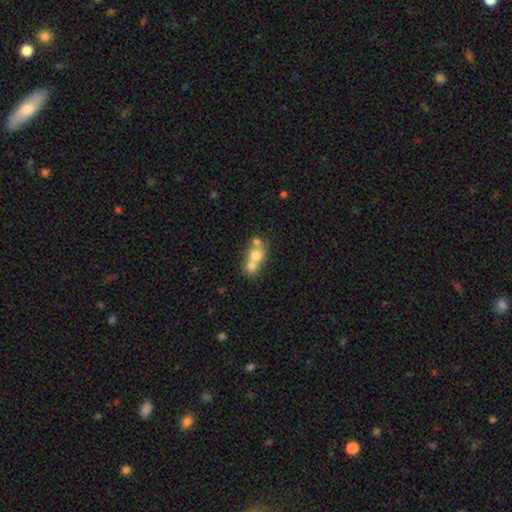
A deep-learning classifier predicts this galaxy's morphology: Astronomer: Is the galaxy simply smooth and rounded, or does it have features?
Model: smooth — 67%.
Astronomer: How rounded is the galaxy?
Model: round — 70%.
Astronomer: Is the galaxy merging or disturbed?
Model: merger — 64%.